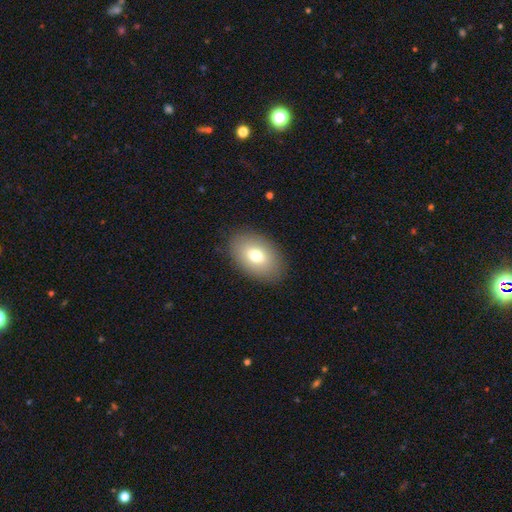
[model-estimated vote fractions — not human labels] A smooth galaxy with no disk features (75%) that is in between round and cigar-shaped (89%).

Vote fractions:
- Smooth or featured? smooth: 75% / featured or disk: 17% / star or artifact: 8%
- How rounded? in between: 89% / round: 10% / cigar-shaped: 1%
- Merging? none: 88% / minor disturbance: 9% / major disturbance: 3% / merger: 1%